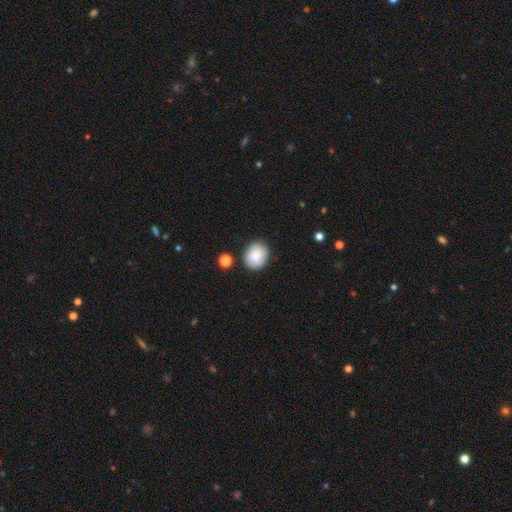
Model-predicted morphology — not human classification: smooth 82%, featured or disk 10%, star or artifact 8%. Down the decision tree: how rounded — round (74%); merging — none (80%).